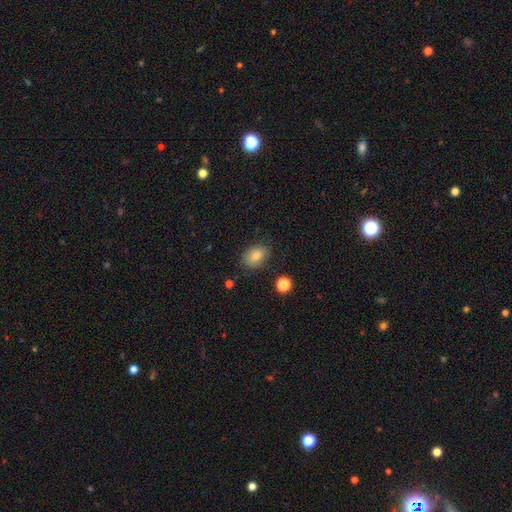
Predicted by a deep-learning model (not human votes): The model was most divided on "how rounded": in between: 77%, round: 21%, cigar-shaped: 1%. More confident: merging — none (82%); smooth or featured — smooth (77%).